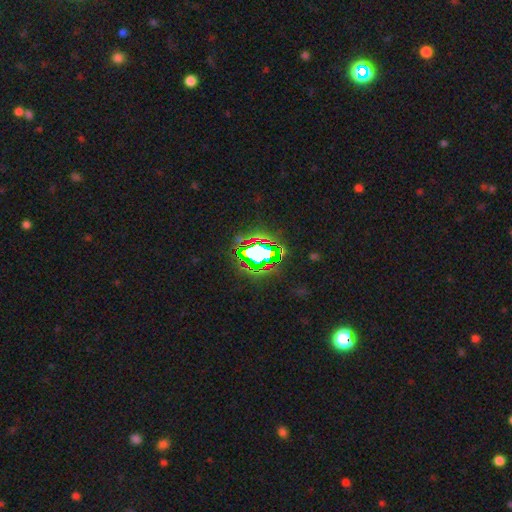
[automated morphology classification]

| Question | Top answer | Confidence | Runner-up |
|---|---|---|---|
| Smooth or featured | star or artifact | 67% | smooth (17%) |